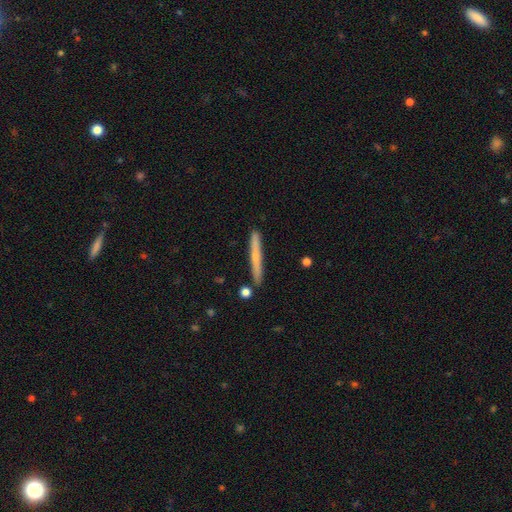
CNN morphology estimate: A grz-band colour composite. It shows a smooth galaxy with no disk features (55%) that is cigar-shaped (96%). Merging: none (87%).